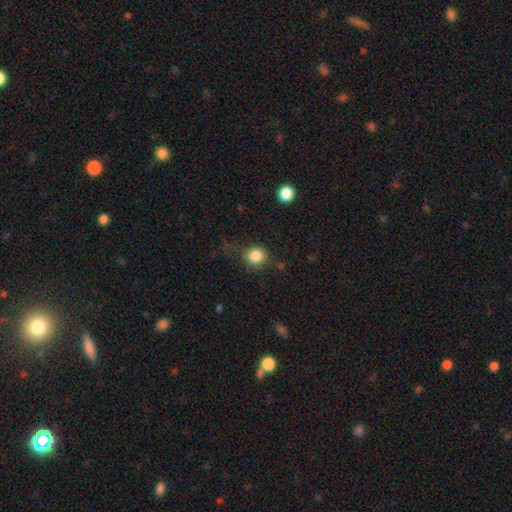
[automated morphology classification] A smooth galaxy with no disk features (84%) that is round (89%).

Vote fractions:
- Smooth or featured? smooth: 84% / star or artifact: 11% / featured or disk: 5%
- How rounded? round: 89% / in between: 10% / cigar-shaped: 1%
- Merging? none: 75% / minor disturbance: 15% / major disturbance: 7% / merger: 2%